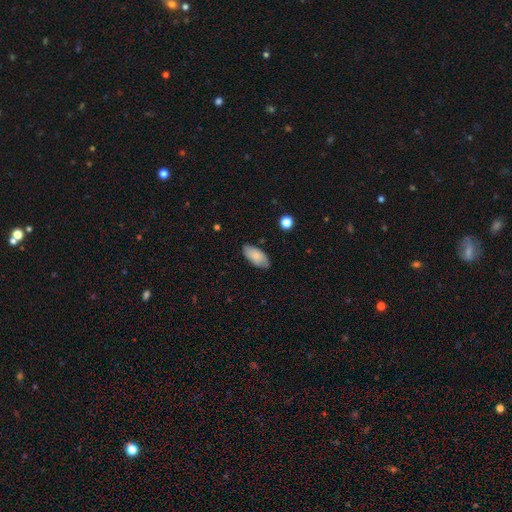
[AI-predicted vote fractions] This is clearly a smooth galaxy (81%). How rounded: clearly in between (93%). Merging: likely none (79%).